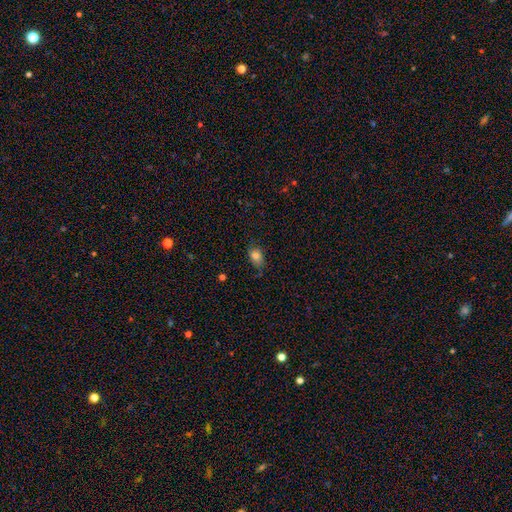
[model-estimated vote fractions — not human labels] A smooth galaxy with no disk features (81%) that is in between round and cigar-shaped (72%).

Vote fractions:
- Smooth or featured? smooth: 81% / star or artifact: 11% / featured or disk: 9%
- How rounded? in between: 72% / round: 26% / cigar-shaped: 2%
- Merging? none: 63% / minor disturbance: 27% / major disturbance: 7% / merger: 2%